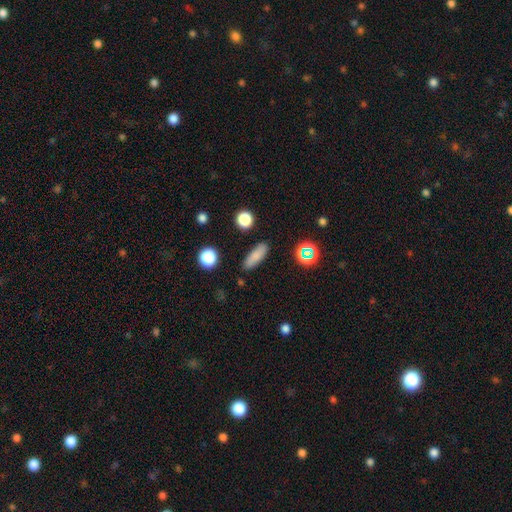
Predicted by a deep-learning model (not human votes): Overall: smooth (81%). How rounded: in between (51%; cigar-shaped 45%). Merging: none (86%).